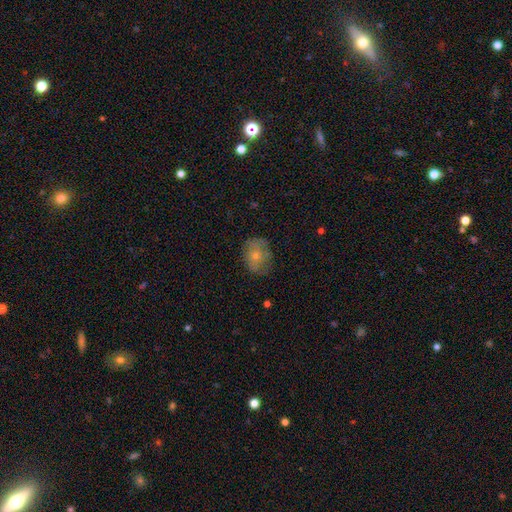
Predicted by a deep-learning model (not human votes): smooth-or-featured: smooth: 58% | featured or disk: 31% | star or artifact: 11%
  how-rounded: round: 50% | in between: 49% | cigar-shaped: 1%
  merging: none: 71% | minor disturbance: 21% | major disturbance: 7% | merger: 1%